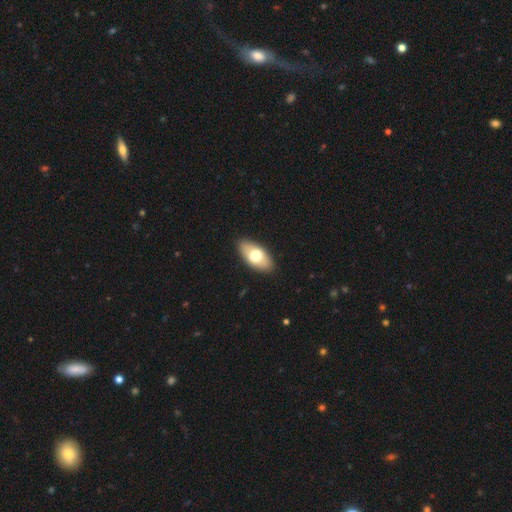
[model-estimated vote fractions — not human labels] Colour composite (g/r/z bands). It shows a smooth galaxy with no disk features (66%) that is in between round and cigar-shaped (92%). Merging: none (88%).